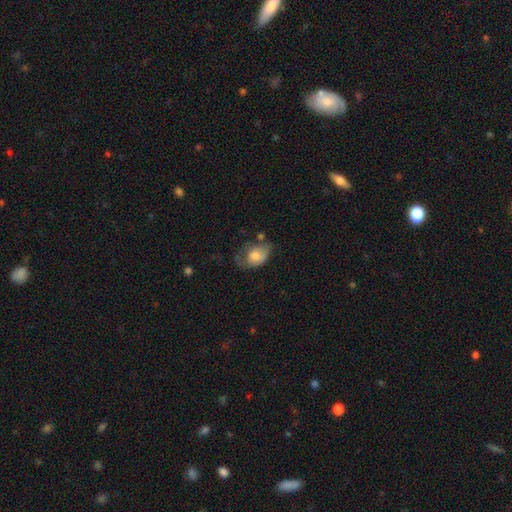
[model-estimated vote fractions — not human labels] smooth-or-featured: smooth: 68% | featured or disk: 25% | star or artifact: 7%
  how-rounded: in between: 73% | round: 26% | cigar-shaped: 1%
  merging: minor disturbance: 34% | major disturbance: 33% | none: 27% | merger: 6%